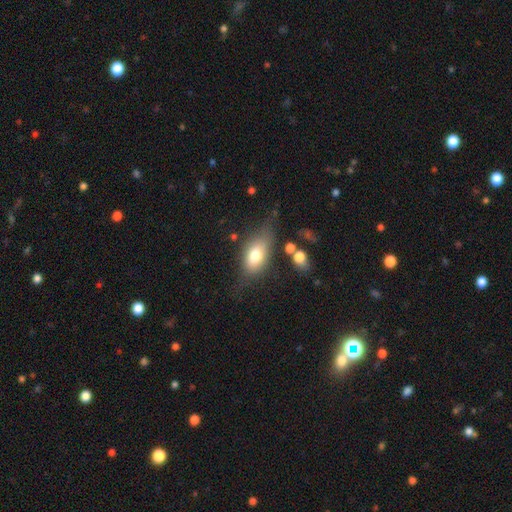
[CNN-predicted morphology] Q: Smooth or featured?
A: smooth (72%); runner-up: featured or disk (19%)
Q: How rounded?
A: in between (84%); runner-up: round (11%)
Q: Merging?
A: none (58%); runner-up: minor disturbance (25%)